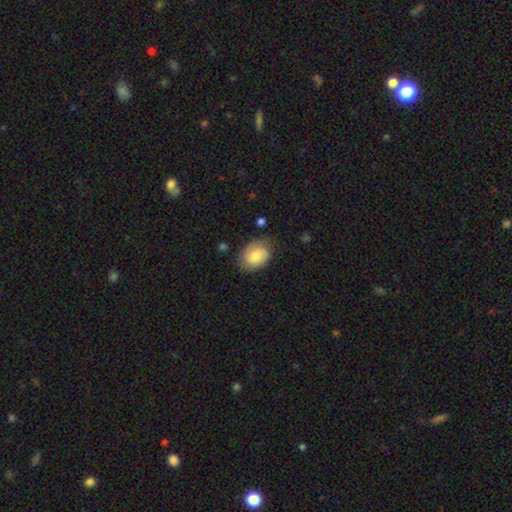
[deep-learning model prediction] Q: Smooth or featured?
A: smooth (72%); runner-up: featured or disk (21%)
Q: How rounded?
A: in between (63%); runner-up: round (36%)
Q: Merging?
A: none (74%); runner-up: minor disturbance (20%)